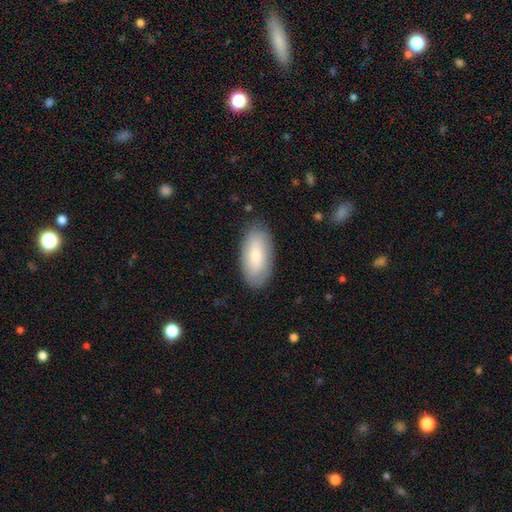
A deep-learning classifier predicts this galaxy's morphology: This is likely a smooth galaxy (76%). How rounded: clearly in between (93%). Merging: clearly none (84%).